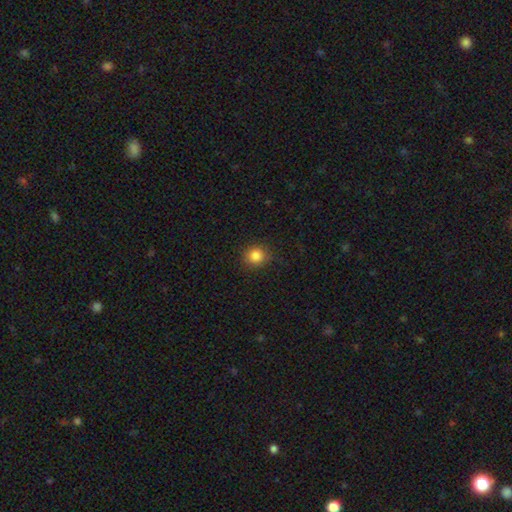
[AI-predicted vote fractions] Morphology: type=smooth (84%); roundness=round (87%); merging=none (87%).